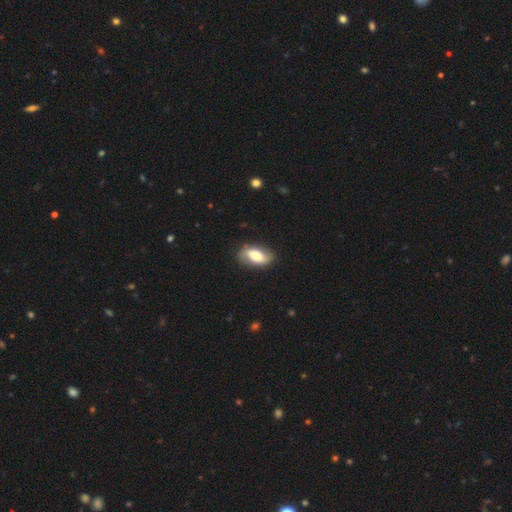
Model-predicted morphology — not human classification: smooth-or-featured: smooth: 52% | featured or disk: 42% | star or artifact: 6%
  how-rounded: in between: 89% | round: 6% | cigar-shaped: 5%
  merging: none: 82% | minor disturbance: 13% | major disturbance: 3% | merger: 1%